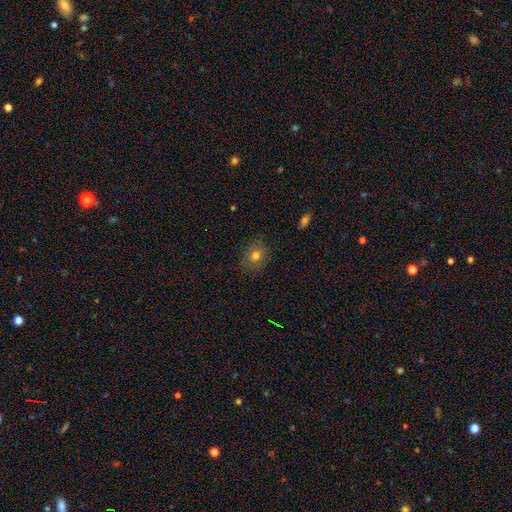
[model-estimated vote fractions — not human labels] A smooth galaxy with no disk features (74%) that is in between round and cigar-shaped (51%).

Vote fractions:
- Smooth or featured? smooth: 74% / star or artifact: 14% / featured or disk: 12%
- How rounded? in between: 51% / round: 47% / cigar-shaped: 2%
- Merging? none: 82% / minor disturbance: 13% / major disturbance: 4% / merger: 1%